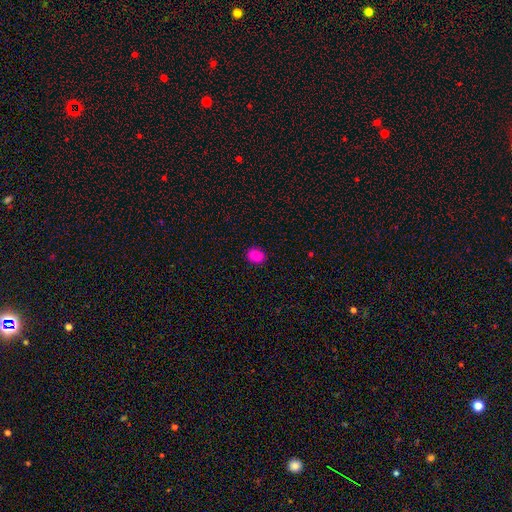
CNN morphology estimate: This is clearly a smooth galaxy (86%). How rounded: possibly in between (52%). Merging: clearly none (88%).